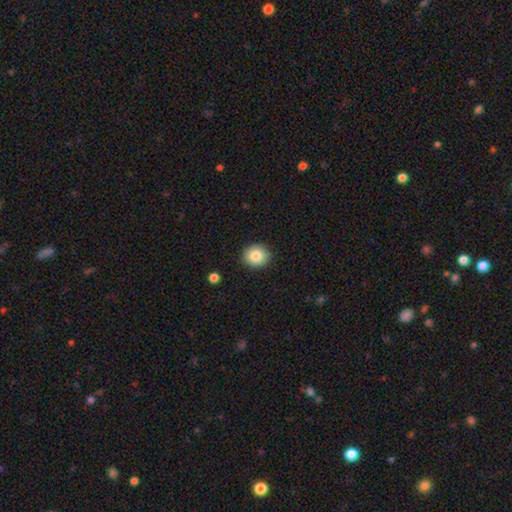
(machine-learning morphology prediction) smooth 85%, star or artifact 8%, featured or disk 7%. Down the decision tree: how rounded — round (78%); merging — none (89%).